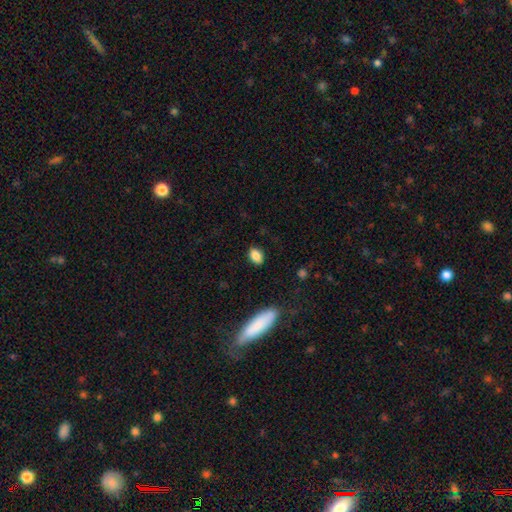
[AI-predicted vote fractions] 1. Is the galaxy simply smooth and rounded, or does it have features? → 86% smooth, 8% star or artifact, 6% featured or disk.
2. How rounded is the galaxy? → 84% in between, 14% round, 3% cigar-shaped.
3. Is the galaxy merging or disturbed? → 85% none, 11% minor disturbance, 3% major disturbance, 1% merger.